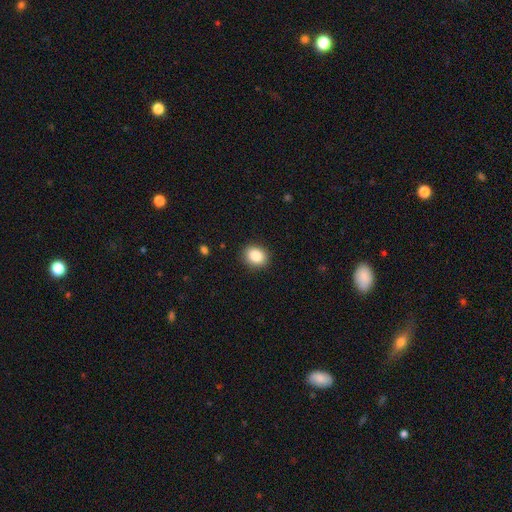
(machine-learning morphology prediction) smooth_or_featured: smooth (p=0.87) [alt: star or artifact p=0.09]
how_rounded: round (p=0.64) [alt: in between p=0.35]
merging: none (p=0.90) [alt: minor disturbance p=0.07]